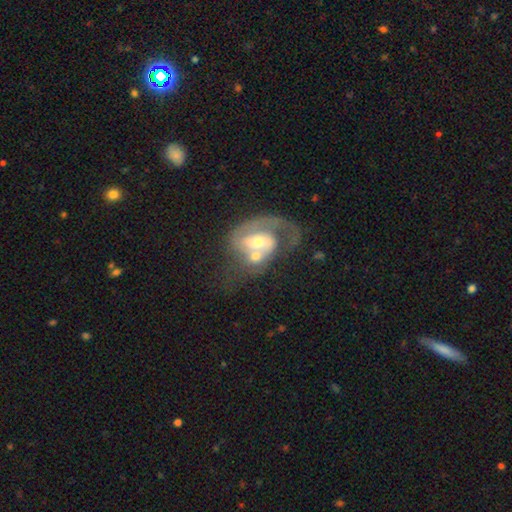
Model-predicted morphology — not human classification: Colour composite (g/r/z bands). It shows a featured or disk galaxy (76%) with no bar (52%), 1 (41%) medium (41%) spiral arms (83%) and a moderate central bulge (59%). Merging: merger (45%).